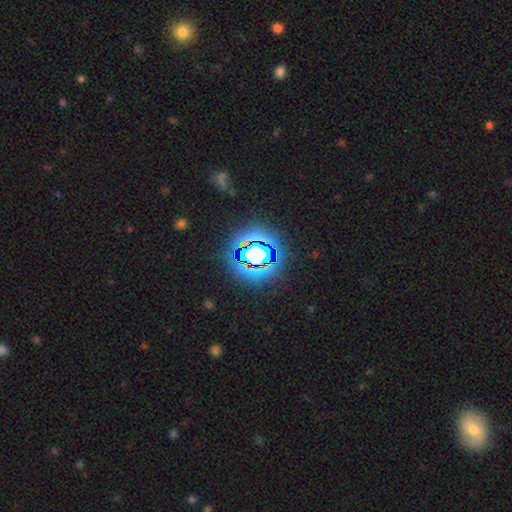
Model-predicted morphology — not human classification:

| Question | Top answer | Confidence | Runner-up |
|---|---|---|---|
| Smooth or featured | star or artifact | 68% | smooth (19%) |